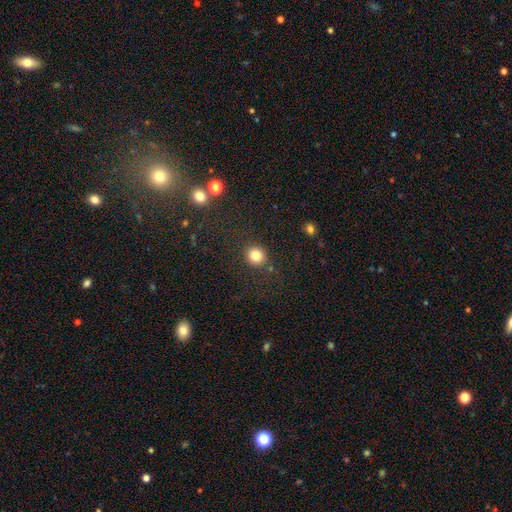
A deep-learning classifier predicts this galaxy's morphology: smooth-or-featured: smooth: 82% | star or artifact: 12% | featured or disk: 6%
  how-rounded: round: 87% | in between: 12% | cigar-shaped: 1%
  merging: none: 86% | minor disturbance: 8% | major disturbance: 3% | merger: 2%